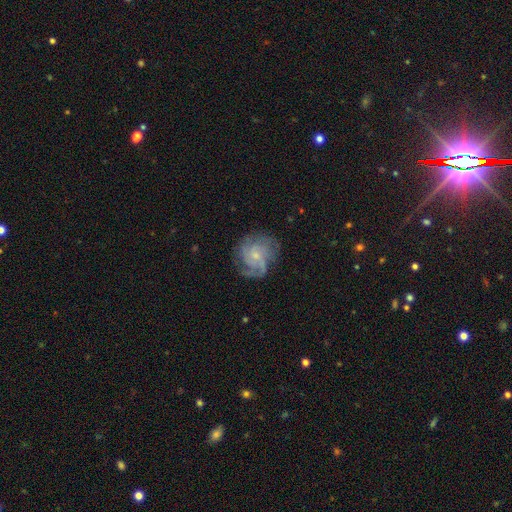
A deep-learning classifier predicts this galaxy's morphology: The model was most divided on "spiral arm count": can't tell: 30%, 3: 27%, 2: 16%, 4: 13%, 1: 7%, more than 4: 6%. Remaining: edge-on disk — no (98%); spiral arms — yes (92%); smooth or featured — featured or disk (76%); bar — no (72%); bulge size — small (71%); merging — none (65%); spiral winding — tight (44%).